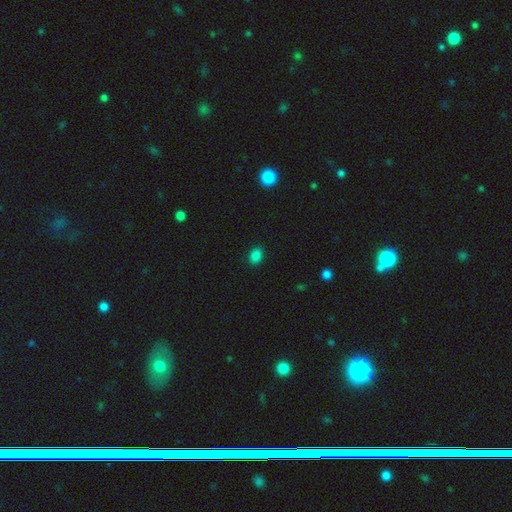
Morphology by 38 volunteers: This appears to be a smooth galaxy with no disk features (87%) that is in between round and cigar-shaped (58%). Merging: none (97%).